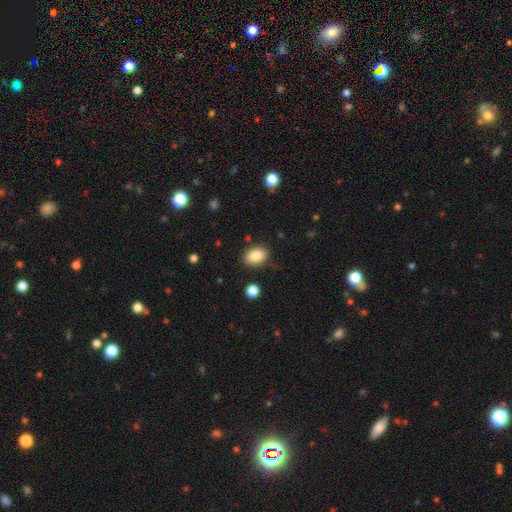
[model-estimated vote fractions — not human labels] A smooth galaxy with no disk features (85%) that is in between round and cigar-shaped (78%).

Vote fractions:
- Smooth or featured? smooth: 85% / star or artifact: 8% / featured or disk: 7%
- How rounded? in between: 78% / round: 21% / cigar-shaped: 1%
- Merging? none: 85% / minor disturbance: 10% / major disturbance: 3% / merger: 2%